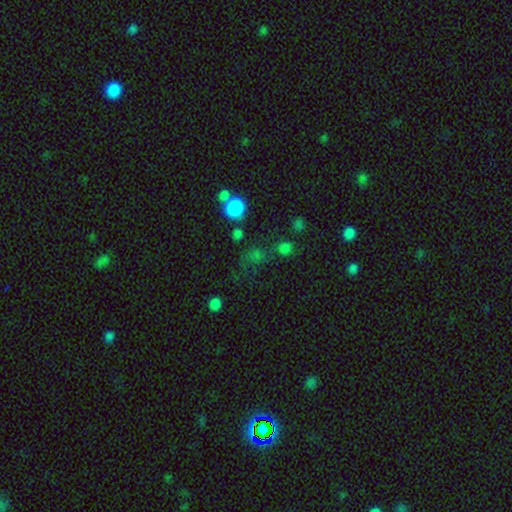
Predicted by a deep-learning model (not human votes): The model was most divided on "smooth or featured": smooth: 58%, star or artifact: 33%, featured or disk: 9%. More confident: how rounded — round (74%); merging — none (61%).